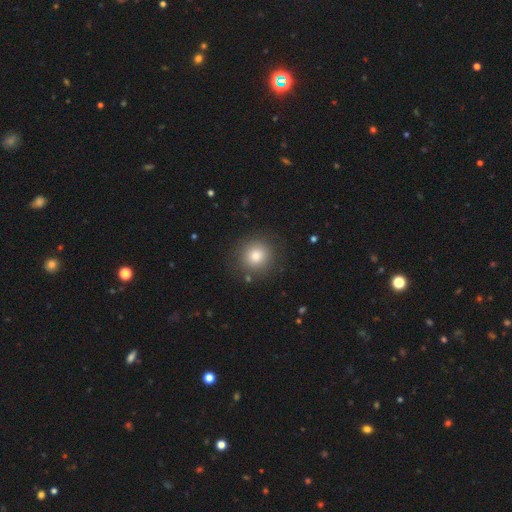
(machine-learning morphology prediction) Smooth or featured?
  - smooth: 80% *
  - star or artifact: 11%
  - featured or disk: 9%
How rounded?
  - round: 91% *
  - in between: 8%
  - cigar-shaped: 1%
Merging?
  - none: 87% *
  - minor disturbance: 8%
  - major disturbance: 3%
  - merger: 2%